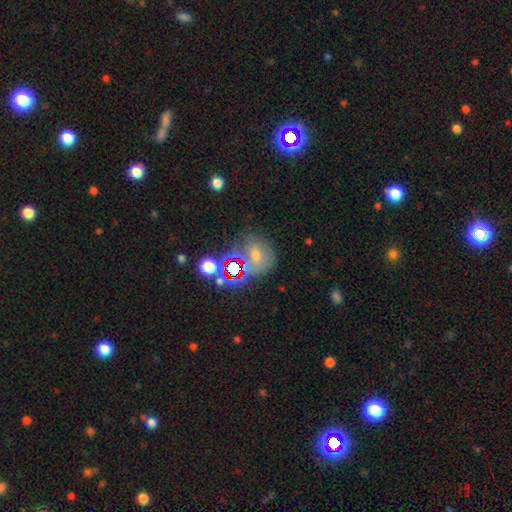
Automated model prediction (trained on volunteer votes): Smooth or featured: star or artifact — 45% (smooth — 34%)